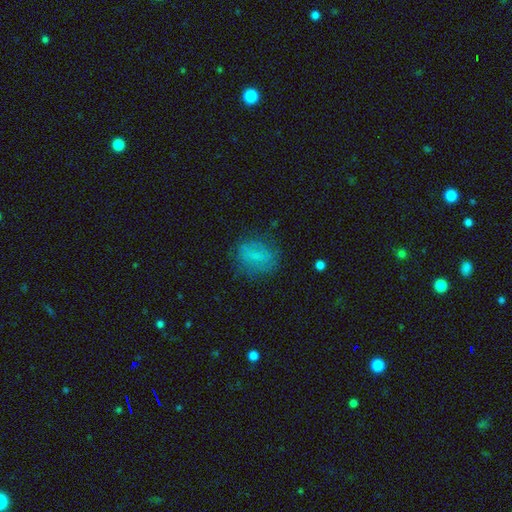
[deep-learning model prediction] A smooth galaxy with no disk features (72%) that is in between round and cigar-shaped (52%). Merging: none (74%).